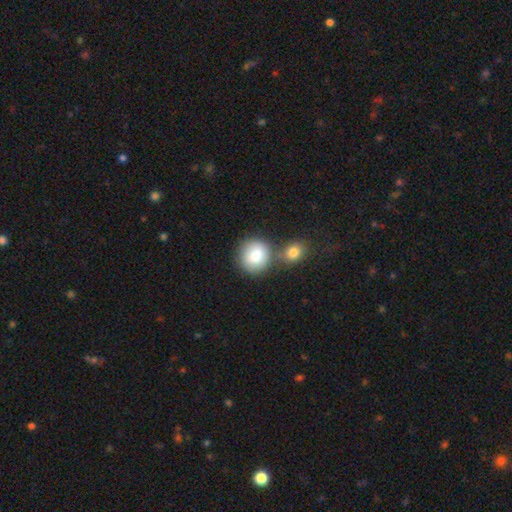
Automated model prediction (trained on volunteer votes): This appears to be a smooth galaxy with no disk features (82%) that is round (85%). Merging: none (61%).